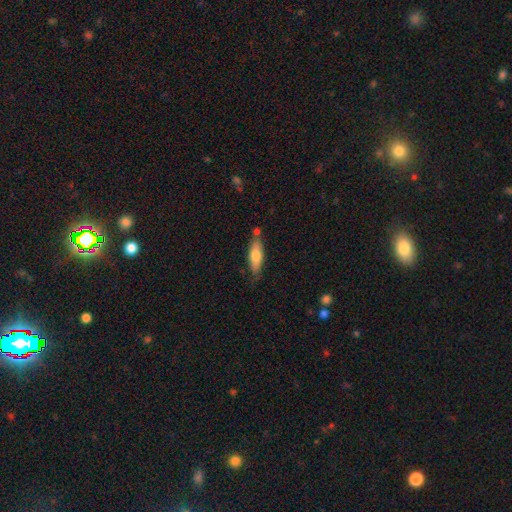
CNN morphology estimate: Smooth or featured: smooth — 73% (featured or disk — 21%)
How rounded: in between — 52% (cigar-shaped — 46%)
Merging: none — 65% (minor disturbance — 20%)